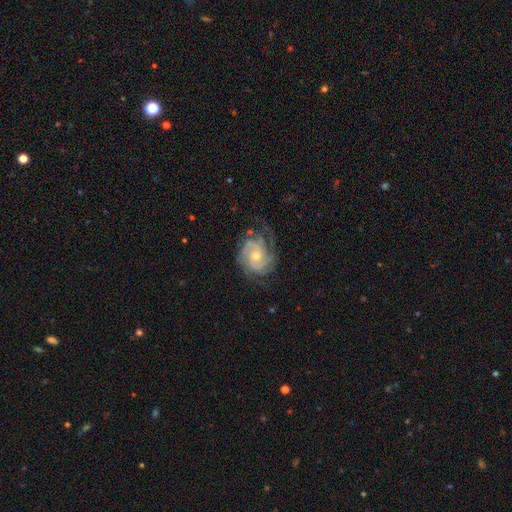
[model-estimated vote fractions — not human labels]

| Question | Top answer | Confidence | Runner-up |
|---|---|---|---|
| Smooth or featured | featured or disk | 87% | smooth (7%) |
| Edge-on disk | no | 98% | yes (2%) |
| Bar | no | 68% | weak (26%) |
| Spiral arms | yes | 97% | no (3%) |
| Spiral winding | tight | 64% | medium (30%) |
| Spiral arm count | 3 | 30% | tied: 2 (30%) |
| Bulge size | moderate | 53% | small (43%) |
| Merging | none | 66% | minor disturbance (21%) |